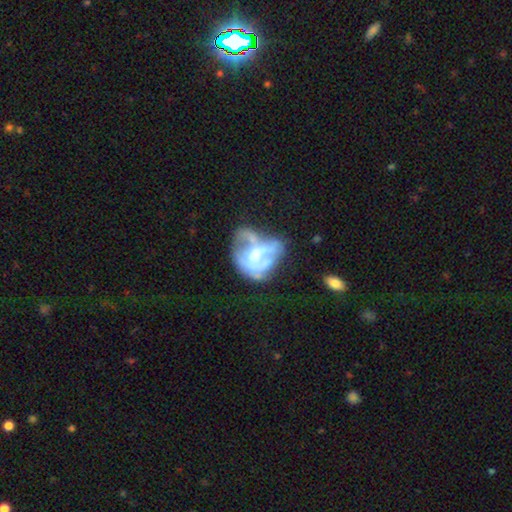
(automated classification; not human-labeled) smooth-or-featured: featured or disk: 61% | smooth: 29% | star or artifact: 10%
  disk-edge-on: no: 97% | yes: 3%
    bar: no: 74% | weak: 20% | strong: 6%
    has-spiral-arms: no: 71% | yes: 29%
    bulge-size: moderate: 47% | small: 20% | none: 17% | large: 14% | dominant: 2%
  merging: major disturbance: 36% | none: 23% | merger: 21% | minor disturbance: 20%